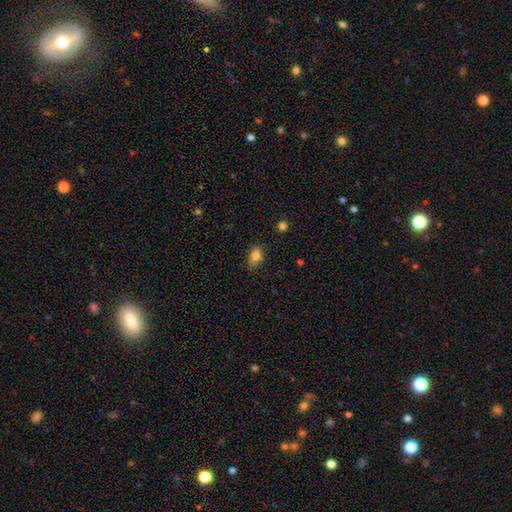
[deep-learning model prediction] A smooth galaxy with no disk features (79%) that is in between round and cigar-shaped (82%).

Vote fractions:
- Smooth or featured? smooth: 79% / featured or disk: 11% / star or artifact: 10%
- How rounded? in between: 82% / round: 14% / cigar-shaped: 4%
- Merging? none: 76% / minor disturbance: 19% / major disturbance: 3% / merger: 2%